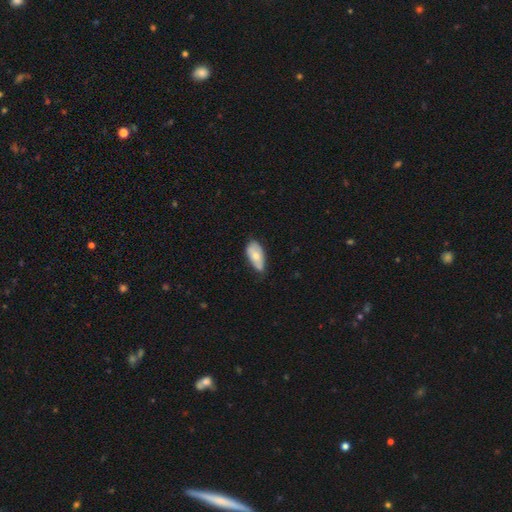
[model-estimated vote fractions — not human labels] Smooth or featured?
  - smooth: 64% *
  - featured or disk: 29%
  - star or artifact: 6%
How rounded?
  - in between: 91% *
  - cigar-shaped: 6%
  - round: 3%
Merging?
  - none: 49% *
  - minor disturbance: 40%
  - major disturbance: 8%
  - merger: 2%